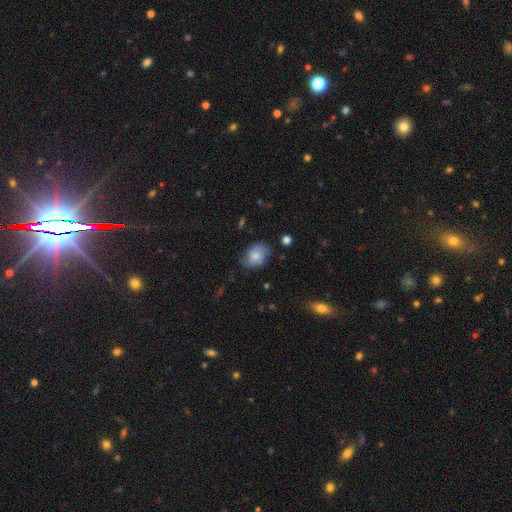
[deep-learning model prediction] Smooth or featured?
  - smooth: 68% *
  - featured or disk: 23%
  - star or artifact: 8%
How rounded?
  - in between: 70% *
  - round: 29%
  - cigar-shaped: 1%
Merging?
  - none: 63% *
  - minor disturbance: 28%
  - major disturbance: 7%
  - merger: 2%